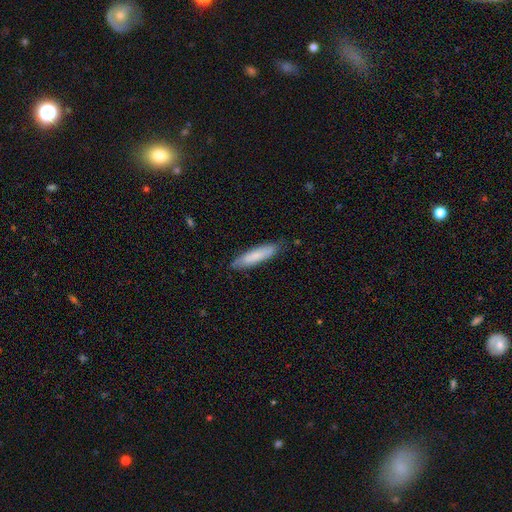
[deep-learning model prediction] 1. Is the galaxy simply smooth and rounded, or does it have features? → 78% smooth, 17% featured or disk, 6% star or artifact.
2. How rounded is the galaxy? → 81% cigar-shaped, 18% in between, 1% round.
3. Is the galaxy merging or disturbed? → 85% none, 12% minor disturbance, 2% major disturbance, 1% merger.